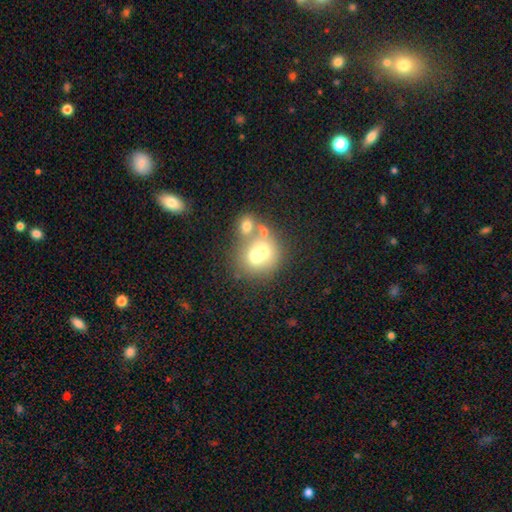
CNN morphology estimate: The model was most divided on "merging": merger: 57%, none: 31%, minor disturbance: 7%, major disturbance: 4%. More confident: how rounded — round (79%); smooth or featured — smooth (58%).